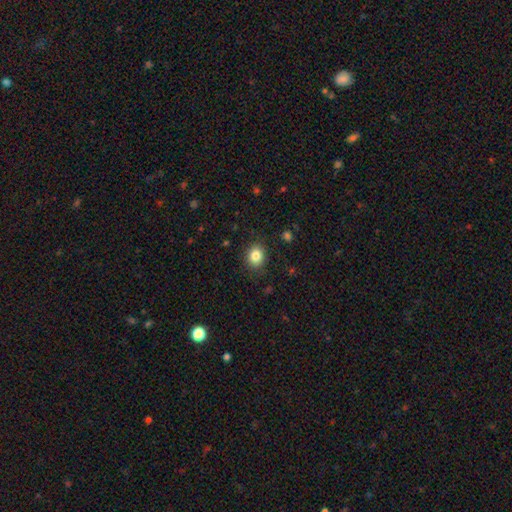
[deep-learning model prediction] smooth 84%, star or artifact 10%, featured or disk 6%. Down the decision tree: how rounded — round (61%); merging — none (87%).